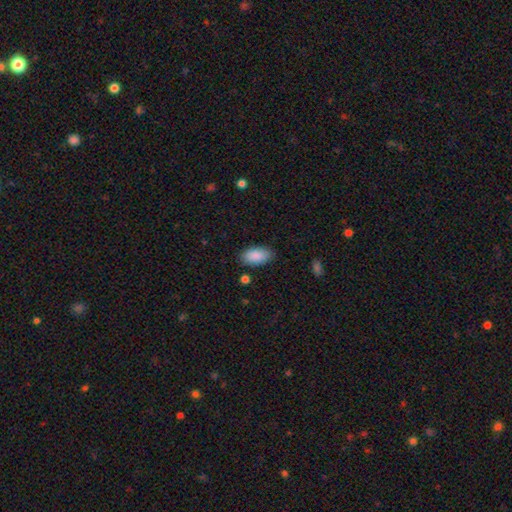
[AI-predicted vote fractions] A smooth galaxy with no disk features (89%) that is in between round and cigar-shaped (94%). Merging: none (84%).